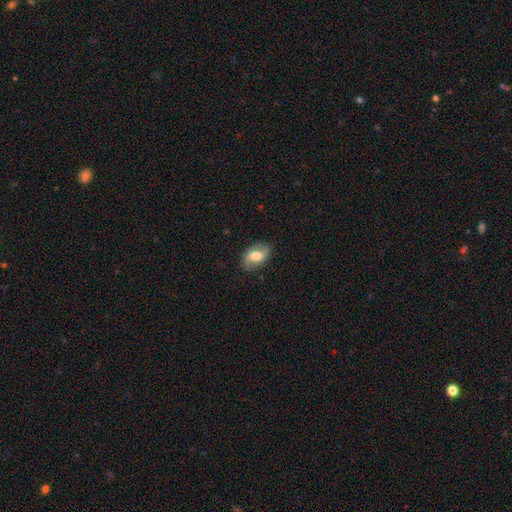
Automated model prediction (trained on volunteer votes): This appears to be a featured or disk galaxy (55%) with a weak bar (44%), spiral arms (82%) and a moderate central bulge (54%). Merging: none (81%).